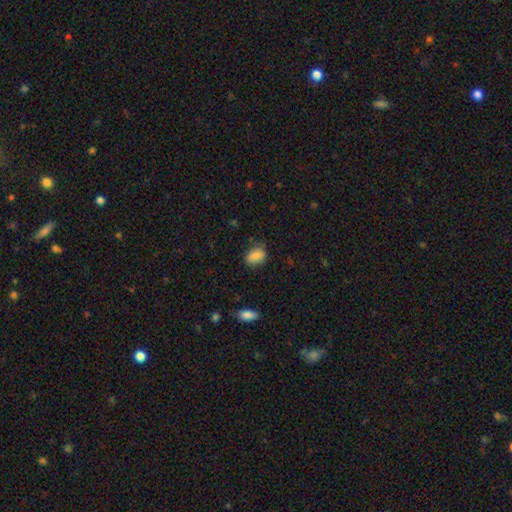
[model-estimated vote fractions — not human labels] Smooth or featured? smooth (85%)
How rounded? in between (80%)
Merging? none (75%)